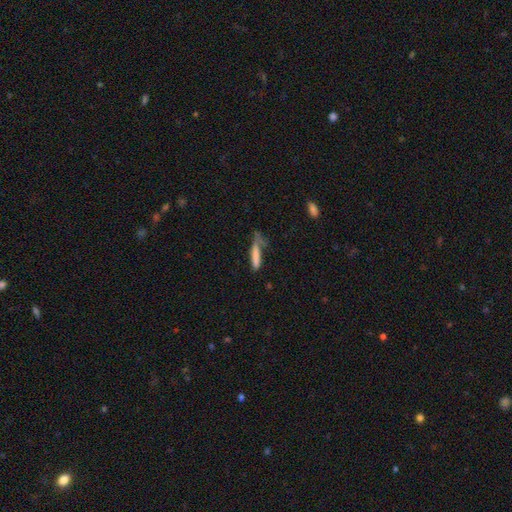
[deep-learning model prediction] Smooth or featured? Predicted: smooth (p=0.75). How rounded? Predicted: cigar-shaped (p=0.87). Merging? Predicted: none (p=0.46).